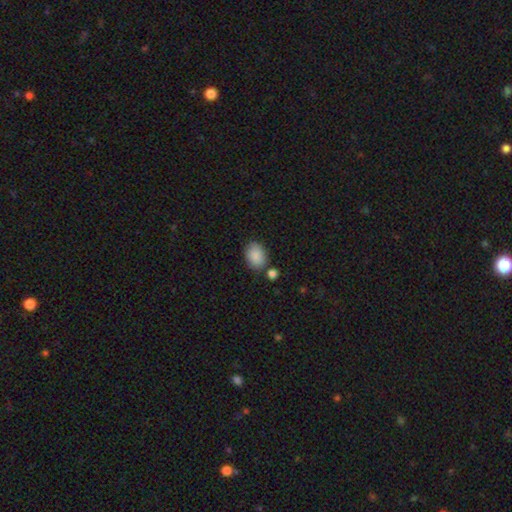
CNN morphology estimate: type=smooth (88%); roundness=in between (78%); merging=none (73%).